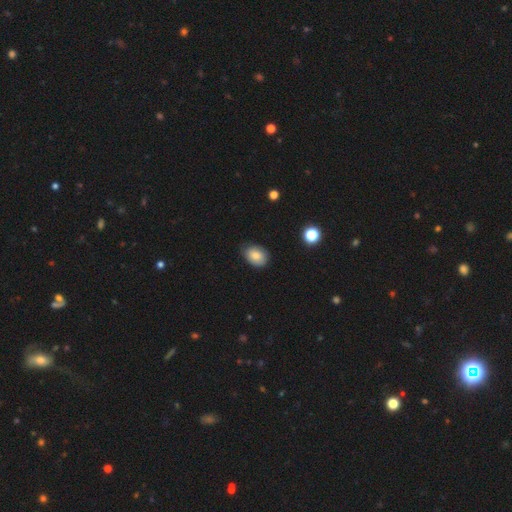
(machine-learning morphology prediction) A smooth galaxy with no disk features (80%) that is in between round and cigar-shaped (69%). Merging: none (72%).